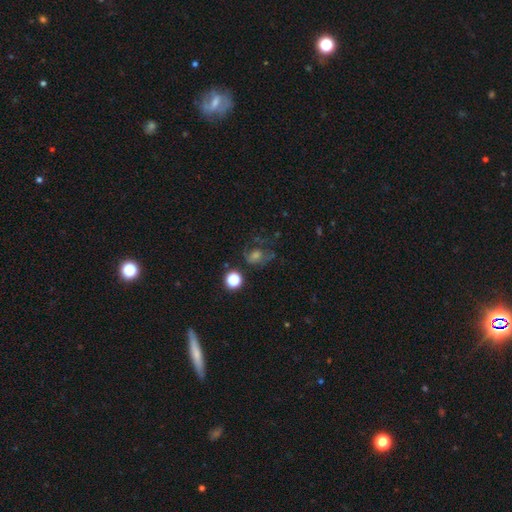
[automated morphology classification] A featured or disk galaxy (38%).

Vote fractions:
- Smooth or featured? featured or disk: 38% / smooth: 33% / star or artifact: 29%
- Merging? none: 51% / major disturbance: 24% / minor disturbance: 20% / merger: 5%